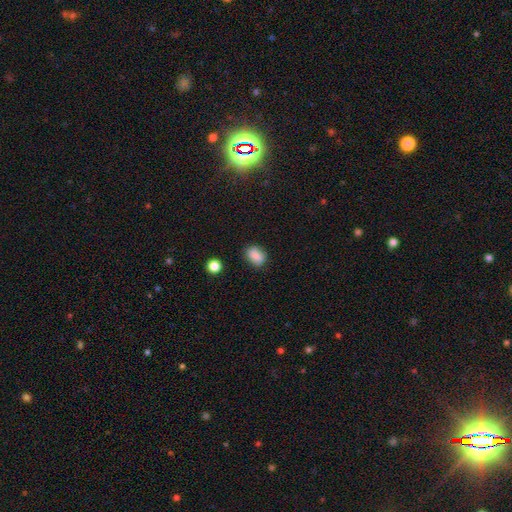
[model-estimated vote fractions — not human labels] Overall: smooth (85%). How rounded: in between (69%). Merging: none (79%).